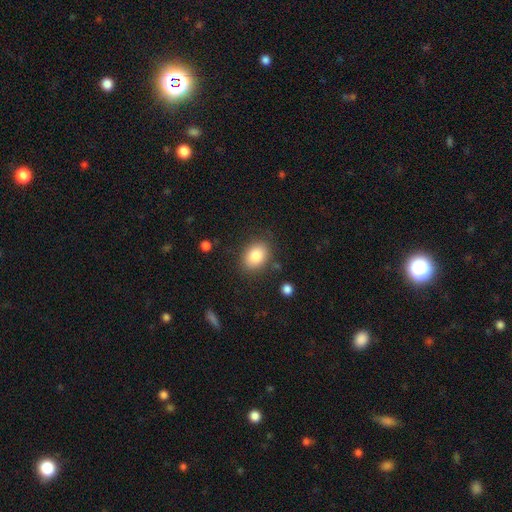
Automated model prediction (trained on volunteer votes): Smooth or featured? smooth (84%)
How rounded? in between (71%)
Merging? none (82%)